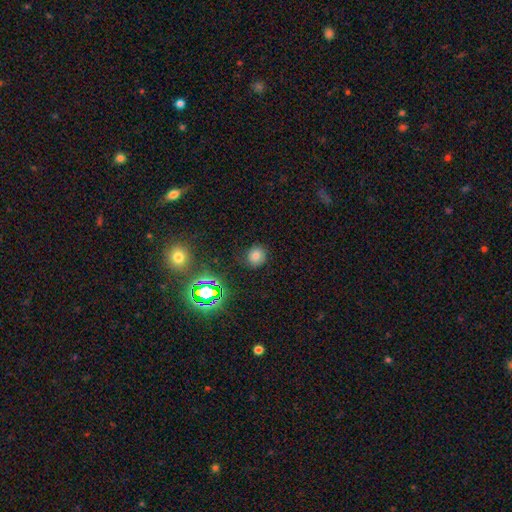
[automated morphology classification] Smooth or featured? smooth (70%)
How rounded? round (86%)
Merging? none (85%)